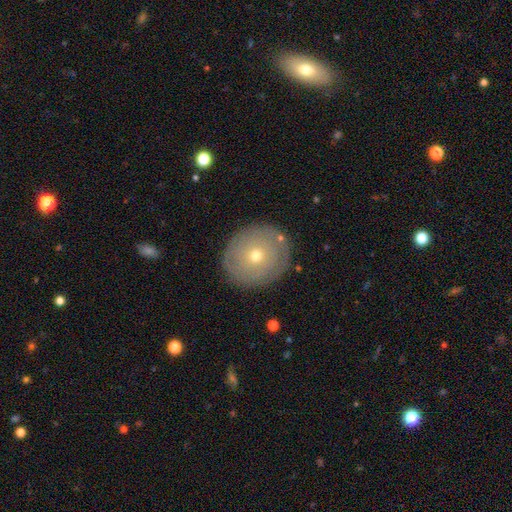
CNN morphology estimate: smooth-or-featured: smooth: 46% | featured or disk: 45% | star or artifact: 10%
  merging: none: 86% | minor disturbance: 9% | major disturbance: 3% | merger: 1%